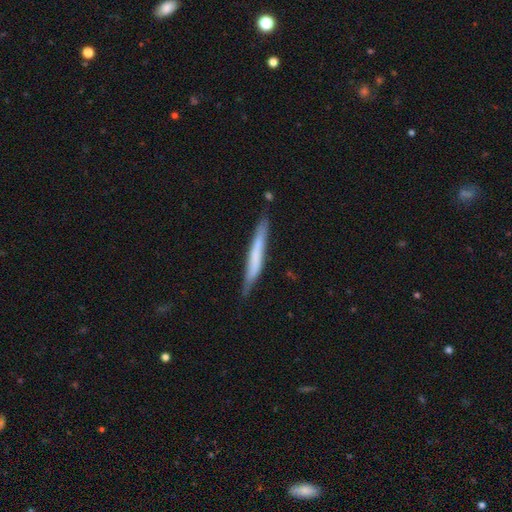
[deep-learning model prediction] smooth 56%, featured or disk 38%, star or artifact 6%. Down the decision tree: how rounded — cigar-shaped (96%); merging — none (76%).